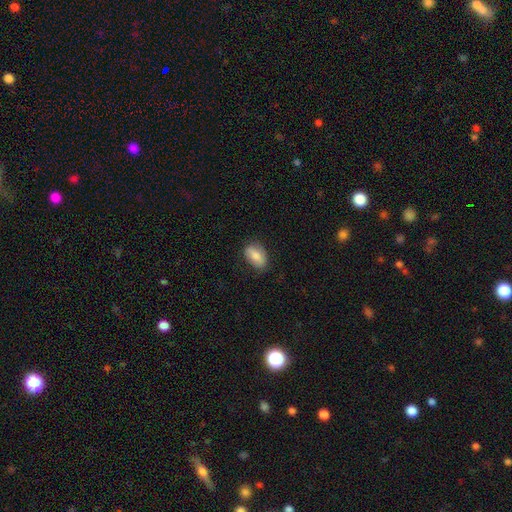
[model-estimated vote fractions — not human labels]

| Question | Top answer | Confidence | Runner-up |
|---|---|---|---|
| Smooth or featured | smooth | 73% | featured or disk (20%) |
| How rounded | in between | 88% | round (9%) |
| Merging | none | 76% | minor disturbance (19%) |